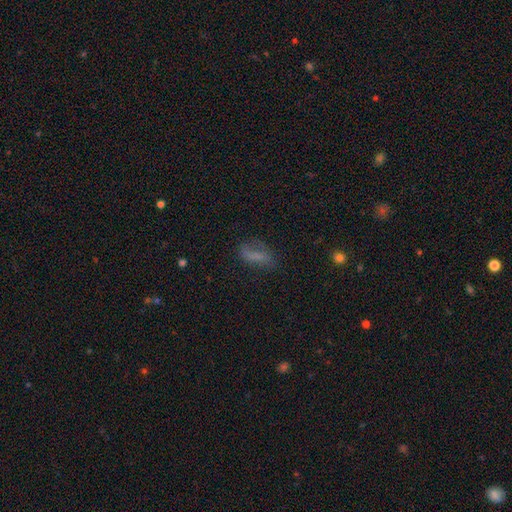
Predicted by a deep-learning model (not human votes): This is possibly a smooth galaxy (60%). How rounded: likely in between (65%). Merging: possibly none (53%).